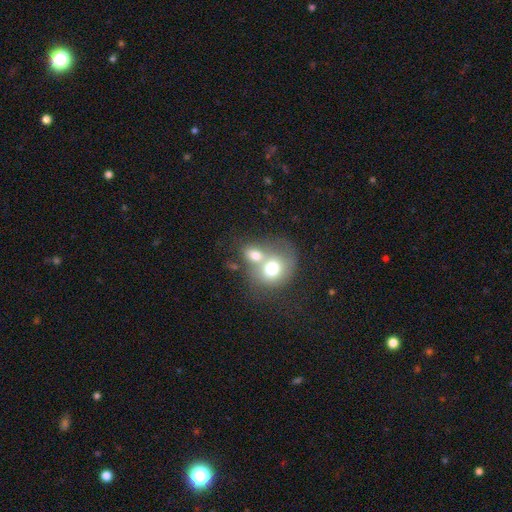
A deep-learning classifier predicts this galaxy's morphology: This appears to be a smooth galaxy with no disk features (69%) that is round (51%). Merging: merger (68%).